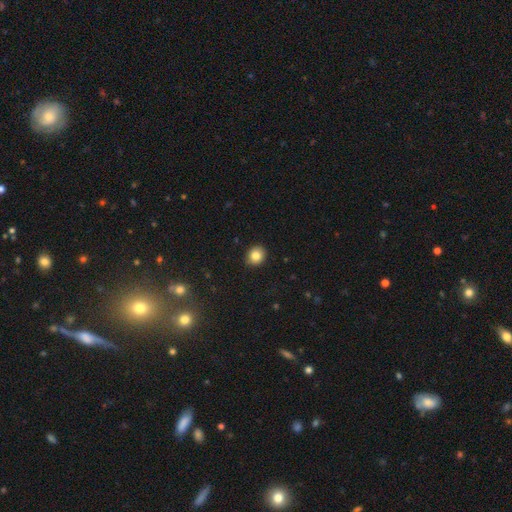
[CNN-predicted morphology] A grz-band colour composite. It shows a smooth galaxy with no disk features (83%) that is round (74%). Merging: none (89%).